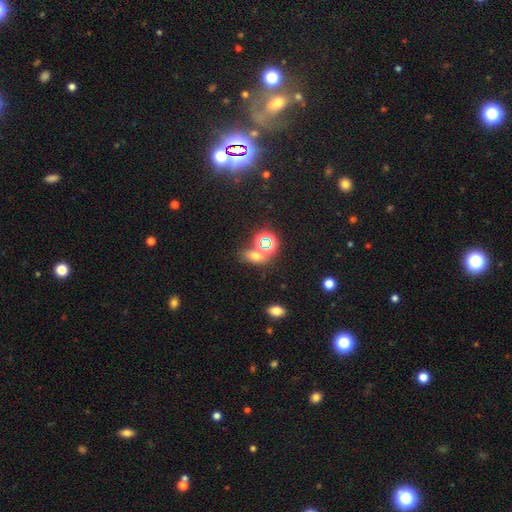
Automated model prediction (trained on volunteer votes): This is possibly a smooth galaxy (53%). How rounded: likely in between (66%). Merging: likely none (62%).